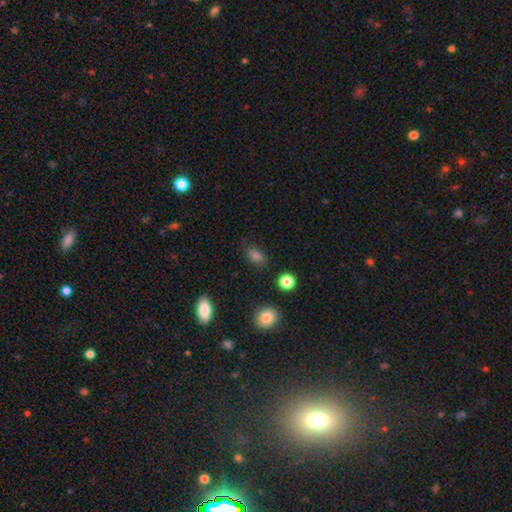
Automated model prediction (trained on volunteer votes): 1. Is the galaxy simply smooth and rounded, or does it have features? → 82% smooth, 13% star or artifact, 5% featured or disk.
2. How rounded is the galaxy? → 78% in between, 20% round, 2% cigar-shaped.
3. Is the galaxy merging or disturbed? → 79% none, 15% minor disturbance, 4% major disturbance, 2% merger.